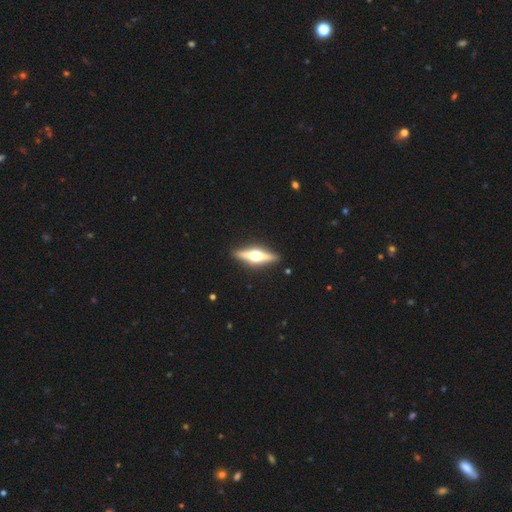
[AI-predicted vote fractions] Smooth or featured: featured or disk — 75% (smooth — 19%)
Edge-on disk: yes — 97% (no — 3%)
Edge-on bulge: rounded — 96% (boxy — 3%)
Merging: none — 91% (minor disturbance — 6%)